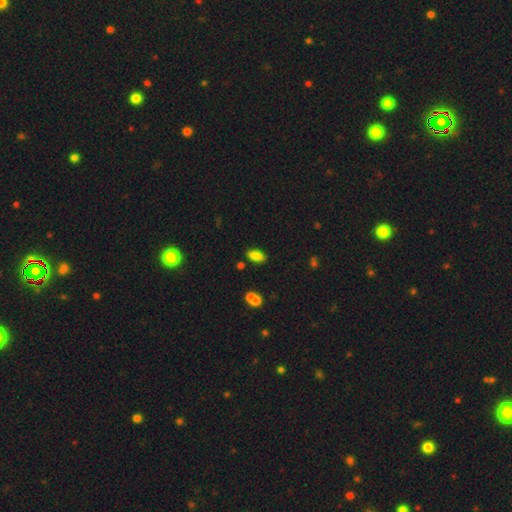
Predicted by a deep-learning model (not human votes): A smooth galaxy with no disk features (84%) that is in between round and cigar-shaped (90%). Merging: none (82%).